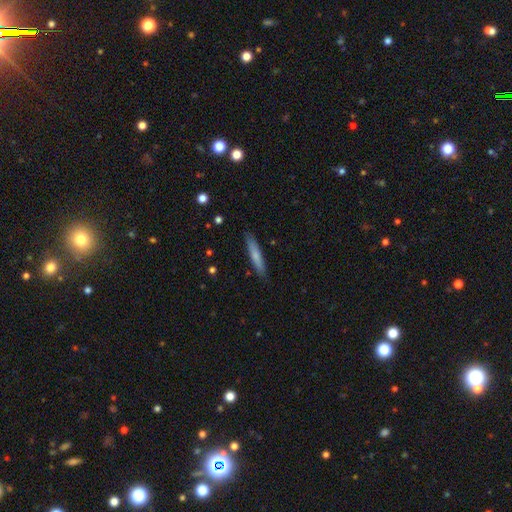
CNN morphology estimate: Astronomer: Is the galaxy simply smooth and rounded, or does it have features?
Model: smooth — 68%.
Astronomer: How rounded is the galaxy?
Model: cigar-shaped — 92%.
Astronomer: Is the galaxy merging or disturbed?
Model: none — 88%.